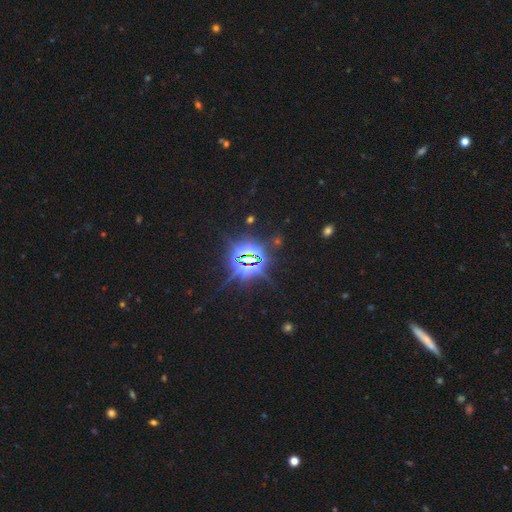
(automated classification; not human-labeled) Morphology: type=star or artifact (84%).